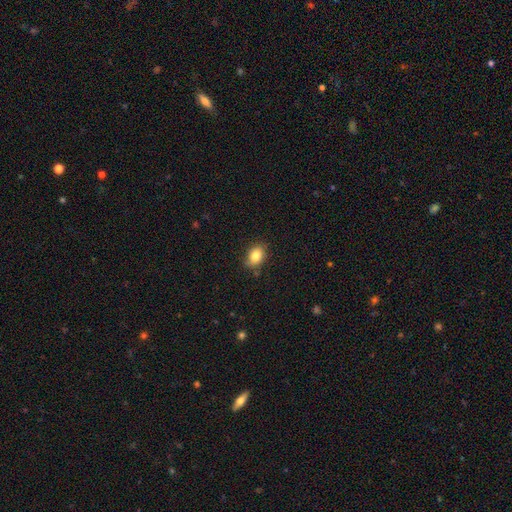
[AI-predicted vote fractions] This appears to be a smooth galaxy with no disk features (83%) that is in between round and cigar-shaped (73%). Merging: none (75%).